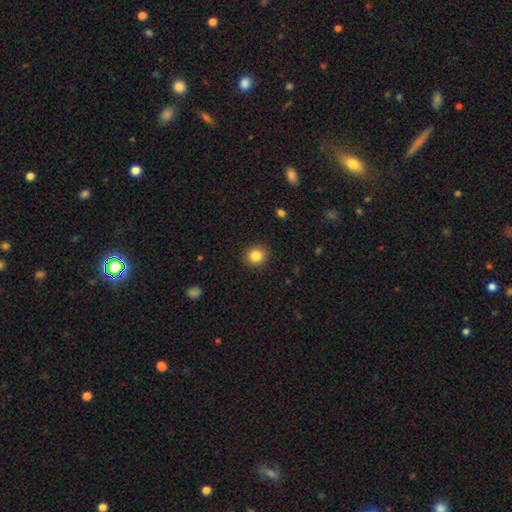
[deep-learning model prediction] Morphology: type=smooth (84%); roundness=round (86%); merging=none (91%).